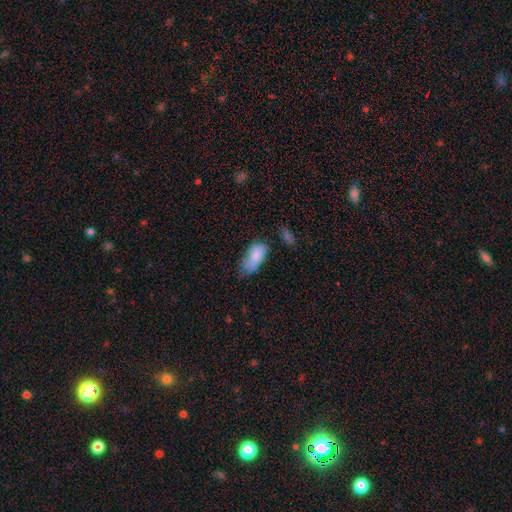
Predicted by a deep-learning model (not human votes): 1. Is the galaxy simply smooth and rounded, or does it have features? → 81% smooth, 11% featured or disk, 8% star or artifact.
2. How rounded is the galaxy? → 88% in between, 9% cigar-shaped, 3% round.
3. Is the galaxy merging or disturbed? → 39% none (tied), 39% minor disturbance (tied), 17% major disturbance, 5% merger.